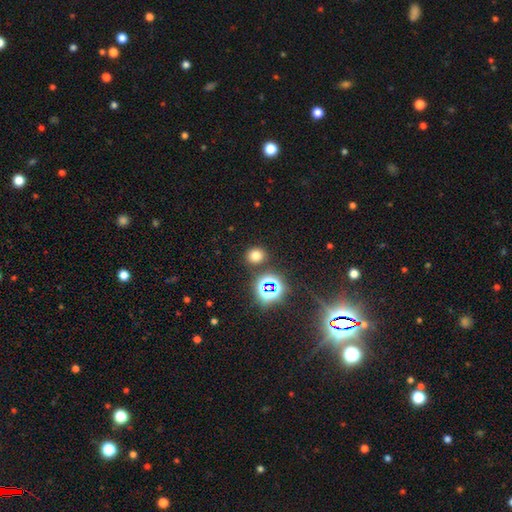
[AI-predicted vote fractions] Morphology: type=smooth (69%); roundness=round (77%); merging=none (85%).